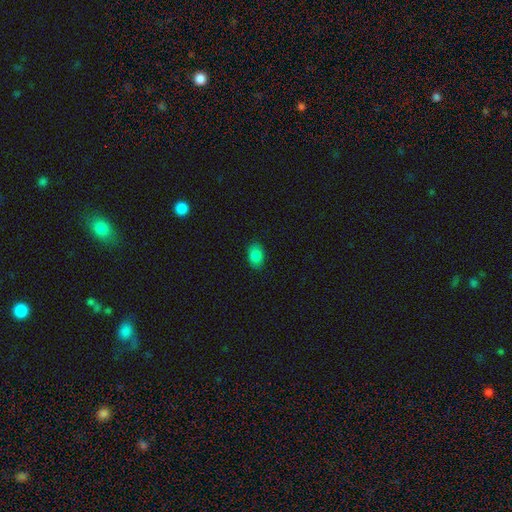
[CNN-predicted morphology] Overall: smooth (84%). How rounded: in between (82%). Merging: none (86%).